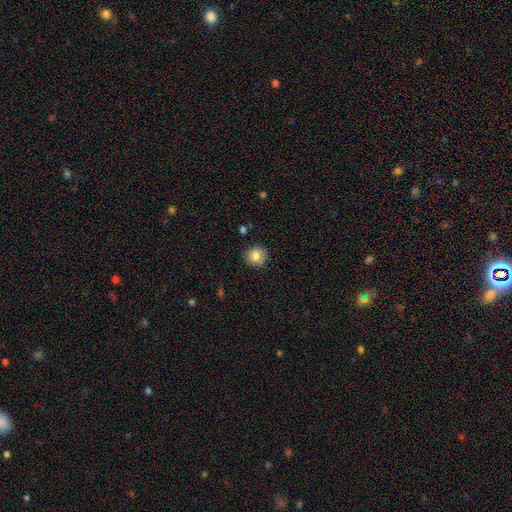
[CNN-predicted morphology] This appears to be a smooth galaxy with no disk features (81%) that is round (92%). Merging: none (88%).